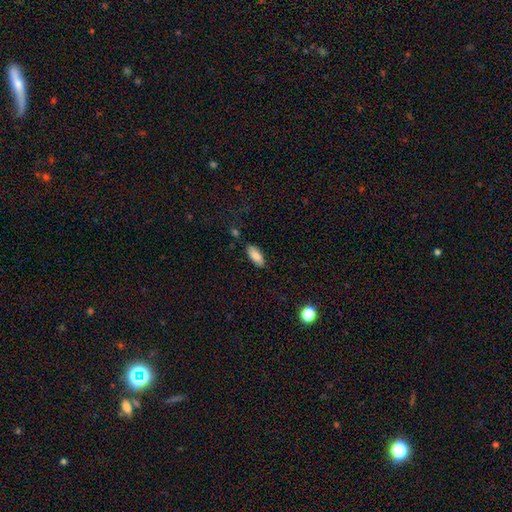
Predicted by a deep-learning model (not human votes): This is clearly a smooth galaxy (84%). How rounded: clearly in between (82%). Merging: clearly none (82%).